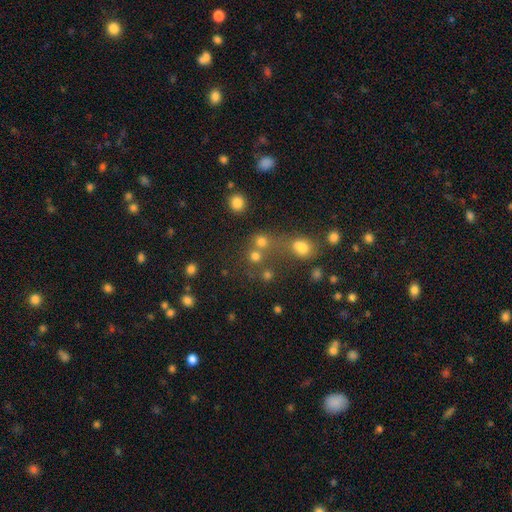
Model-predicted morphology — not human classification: Smooth or featured: smooth — 68% (star or artifact — 22%)
How rounded: round — 88% (in between — 11%)
Merging: none — 53% (merger — 34%)